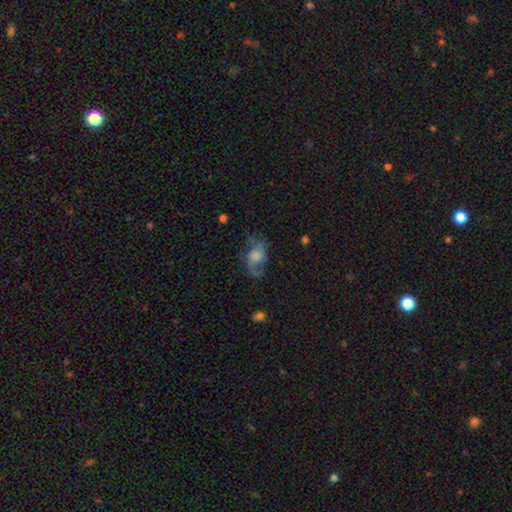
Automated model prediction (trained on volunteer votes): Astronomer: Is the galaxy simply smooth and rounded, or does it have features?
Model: featured or disk — 58%.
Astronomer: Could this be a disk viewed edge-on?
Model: no — 95%.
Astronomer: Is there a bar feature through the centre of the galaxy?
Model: no — 73%.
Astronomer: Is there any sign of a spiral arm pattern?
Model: yes — 81%.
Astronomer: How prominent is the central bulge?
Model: moderate — 34% (runner-up: large, 26%).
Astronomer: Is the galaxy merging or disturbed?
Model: none — 53%.